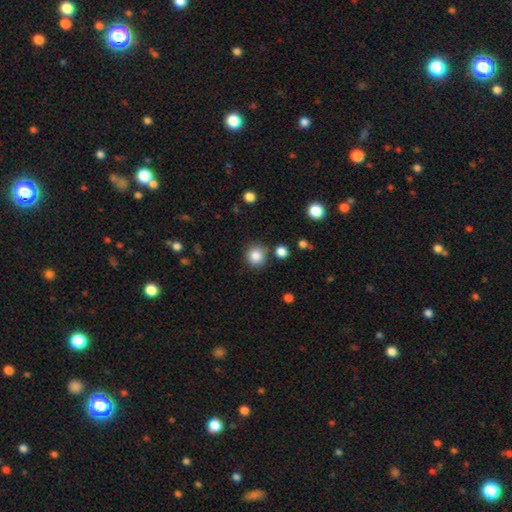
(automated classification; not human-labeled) Smooth or featured?
  - smooth: 85% *
  - star or artifact: 10%
  - featured or disk: 5%
How rounded?
  - round: 91% *
  - in between: 8%
  - cigar-shaped: 1%
Merging?
  - none: 83% *
  - minor disturbance: 9%
  - merger: 5%
  - major disturbance: 3%